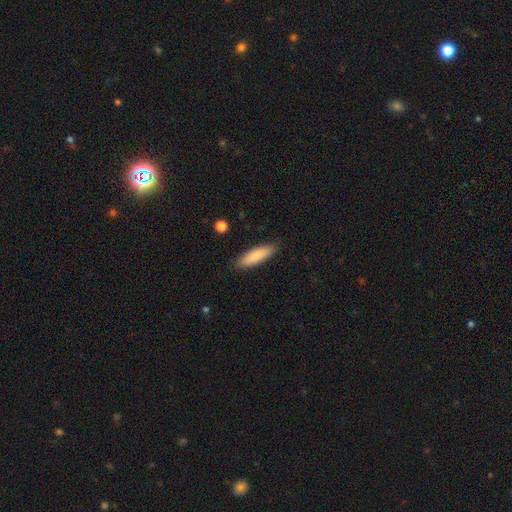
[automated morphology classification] Overall: smooth (84%). How rounded: cigar-shaped (59%; in between 40%). Merging: none (87%).